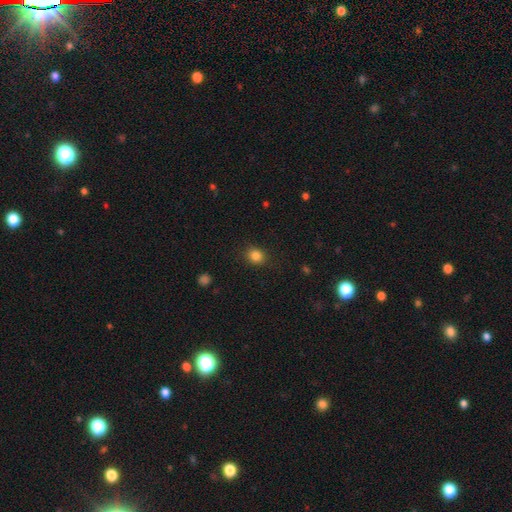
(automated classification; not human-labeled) A smooth galaxy with no disk features (84%) that is round (71%).

Vote fractions:
- Smooth or featured? smooth: 84% / star or artifact: 11% / featured or disk: 5%
- How rounded? round: 71% / in between: 29% / cigar-shaped: 1%
- Merging? none: 87% / minor disturbance: 10% / major disturbance: 3% / merger: 1%